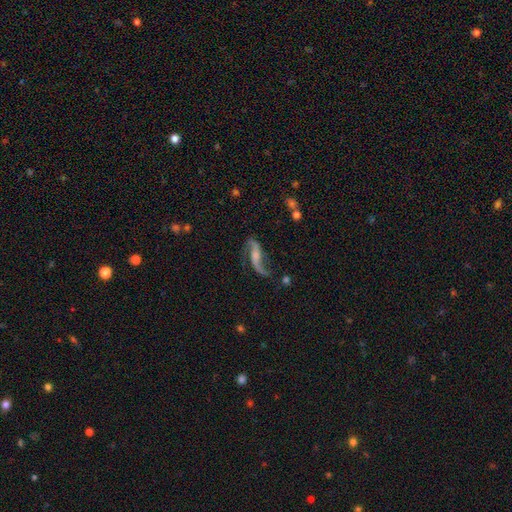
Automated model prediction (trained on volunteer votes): Smooth or featured? Predicted: featured or disk (p=0.85). Edge-on disk? Predicted: no (p=0.93). Bar? Predicted: no (p=0.46). Spiral arms? Predicted: yes (p=0.94). Spiral winding? Predicted: loose (p=0.87). Spiral arm count? Predicted: 2 (p=0.90). Bulge size? Predicted: none (p=0.34). Merging? Predicted: none (p=0.63).